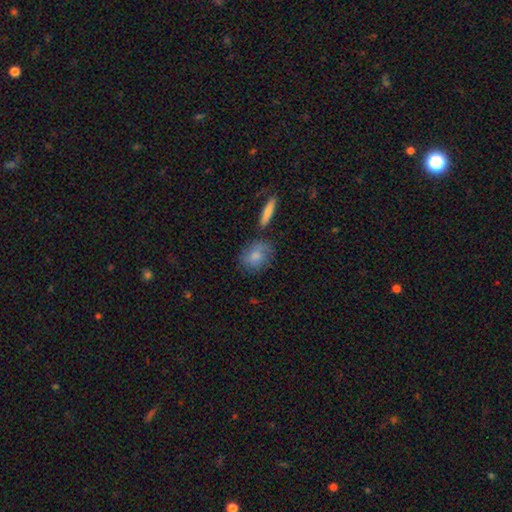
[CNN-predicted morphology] This appears to be a smooth galaxy with no disk features (79%) that is in between round and cigar-shaped (53%). Merging: none (66%).